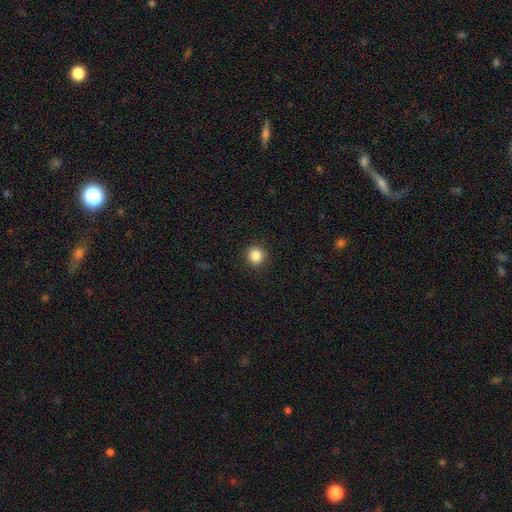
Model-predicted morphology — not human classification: Q: Smooth or featured?
A: smooth (86%); runner-up: star or artifact (10%)
Q: How rounded?
A: round (94%); runner-up: in between (5%)
Q: Merging?
A: none (92%); runner-up: minor disturbance (5%)